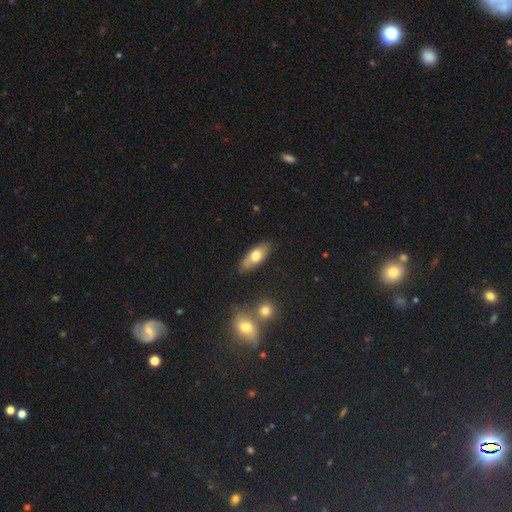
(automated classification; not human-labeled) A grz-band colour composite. It shows a smooth galaxy with no disk features (67%) that is in between round and cigar-shaped (76%). Merging: none (77%).